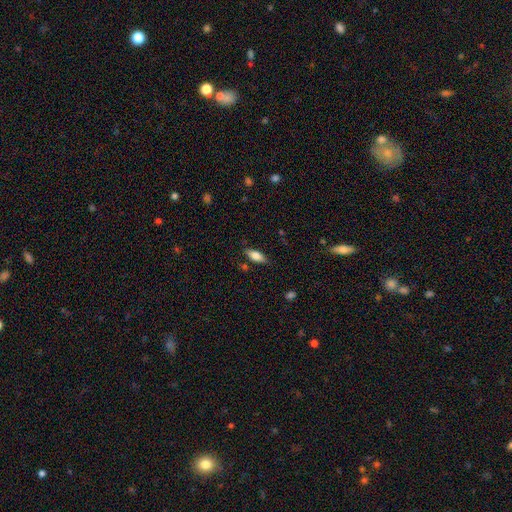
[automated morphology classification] This appears to be a smooth galaxy with no disk features (76%) that is in between round and cigar-shaped (75%). Merging: none (80%).